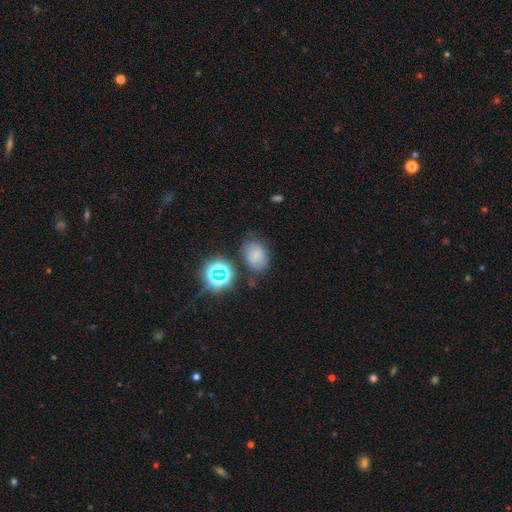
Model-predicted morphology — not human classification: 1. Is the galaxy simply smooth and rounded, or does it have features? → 66% smooth, 22% star or artifact, 13% featured or disk.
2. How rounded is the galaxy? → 65% in between, 34% round, 1% cigar-shaped.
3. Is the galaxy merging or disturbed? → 67% none, 21% minor disturbance, 7% major disturbance, 6% merger.